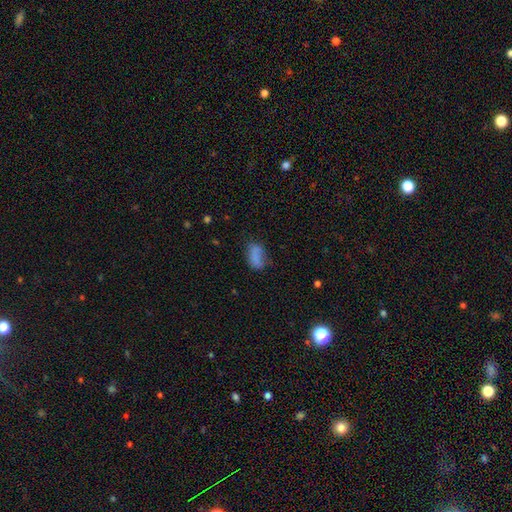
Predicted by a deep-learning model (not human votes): Smooth or featured?
  - smooth: 77% *
  - featured or disk: 12%
  - star or artifact: 11%
How rounded?
  - in between: 89% *
  - round: 8%
  - cigar-shaped: 3%
Merging?
  - none: 53% *
  - minor disturbance: 28%
  - major disturbance: 13%
  - merger: 6%